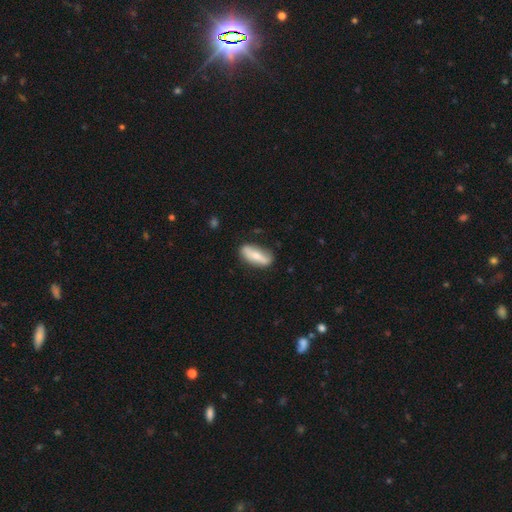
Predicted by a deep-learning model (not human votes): Smooth or featured? Predicted: smooth (p=0.56). How rounded? Predicted: in between (p=0.63). Merging? Predicted: none (p=0.79).